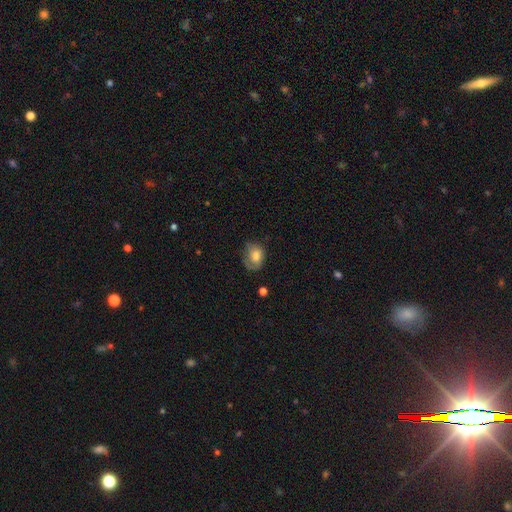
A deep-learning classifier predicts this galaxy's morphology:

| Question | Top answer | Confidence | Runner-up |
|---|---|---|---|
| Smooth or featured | smooth | 72% | featured or disk (20%) |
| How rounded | in between | 59% | round (40%) |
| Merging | none | 49% | minor disturbance (33%) |